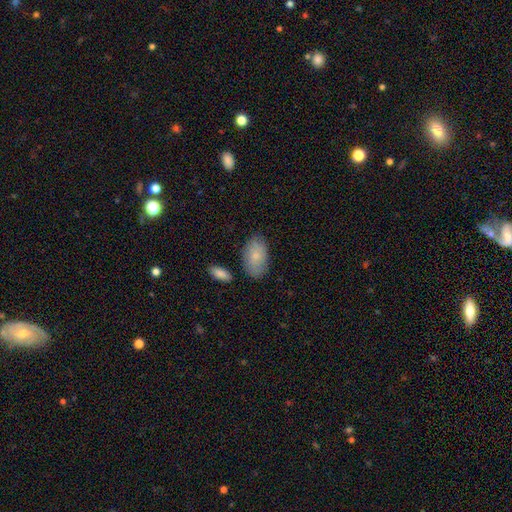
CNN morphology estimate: A smooth galaxy with no disk features (80%) that is in between round and cigar-shaped (93%).

Vote fractions:
- Smooth or featured? smooth: 80% / featured or disk: 14% / star or artifact: 6%
- How rounded? in between: 93% / round: 5% / cigar-shaped: 2%
- Merging? none: 77% / minor disturbance: 16% / major disturbance: 3% / merger: 3%